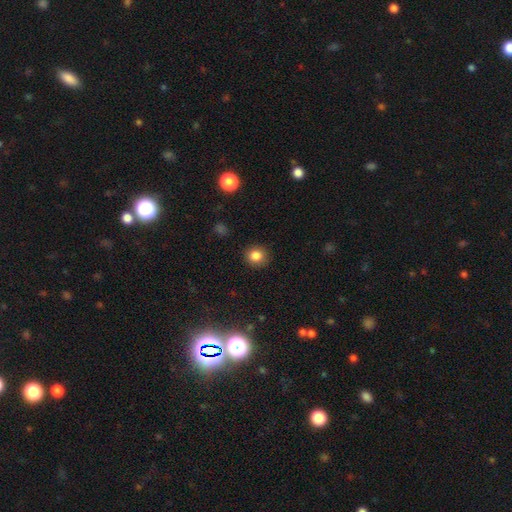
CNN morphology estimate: This appears to be a smooth galaxy with no disk features (83%) that is round (86%). Merging: none (89%).